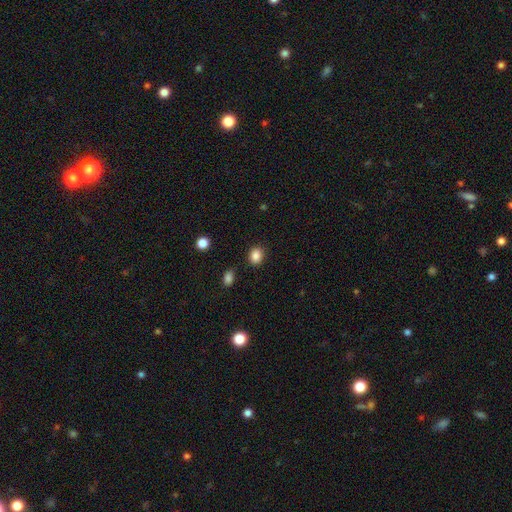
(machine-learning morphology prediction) Q: Smooth or featured?
A: smooth (86%); runner-up: star or artifact (10%)
Q: How rounded?
A: round (54%); runner-up: in between (45%)
Q: Merging?
A: none (85%); runner-up: minor disturbance (9%)